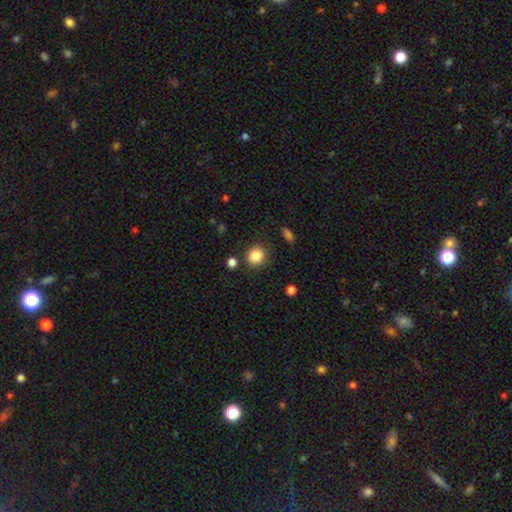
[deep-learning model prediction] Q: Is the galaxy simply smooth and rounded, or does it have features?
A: smooth — 86%.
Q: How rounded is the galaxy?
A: round — 81%.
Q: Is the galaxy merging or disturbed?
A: none — 85%.